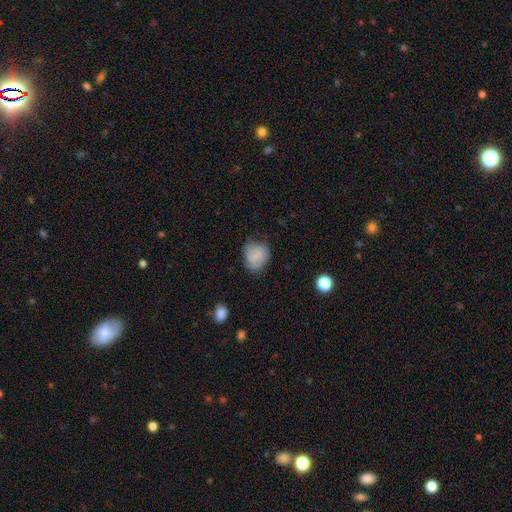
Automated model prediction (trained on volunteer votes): Smooth or featured? Predicted: smooth (p=0.78). How rounded? Predicted: round (p=0.60). Merging? Predicted: none (p=0.63).